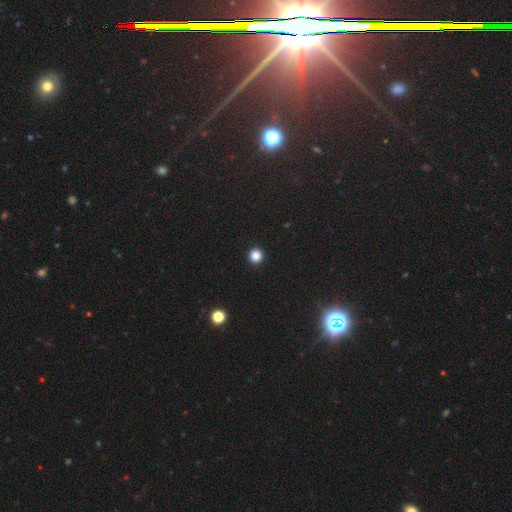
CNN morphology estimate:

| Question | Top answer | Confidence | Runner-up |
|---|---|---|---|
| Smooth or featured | smooth | 85% | star or artifact (12%) |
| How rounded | round | 95% | in between (4%) |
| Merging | none | 94% | minor disturbance (4%) |